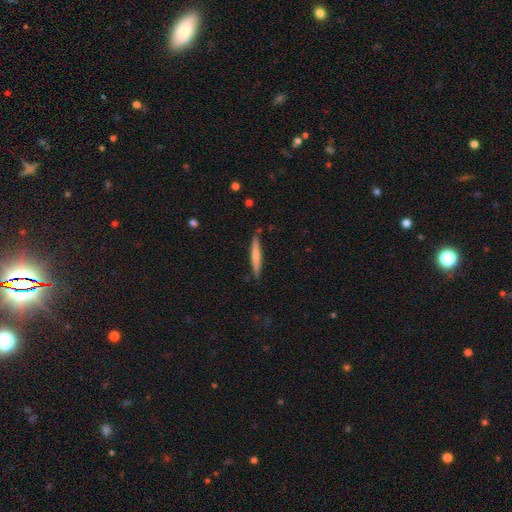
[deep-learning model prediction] This appears to be a smooth galaxy with no disk features (66%) that is cigar-shaped (95%). Merging: none (86%).